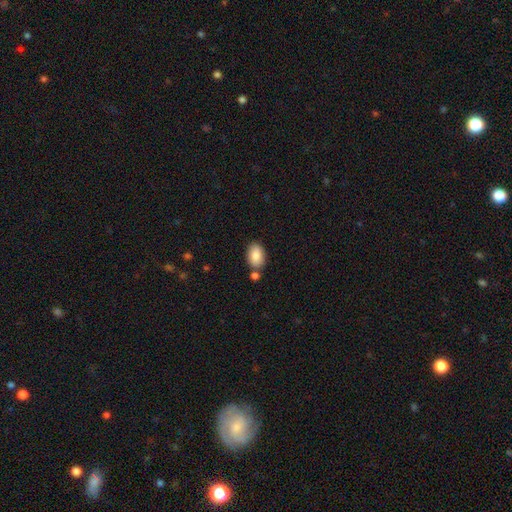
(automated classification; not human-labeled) Morphology: type=smooth (86%); roundness=in between (90%); merging=none (73%).